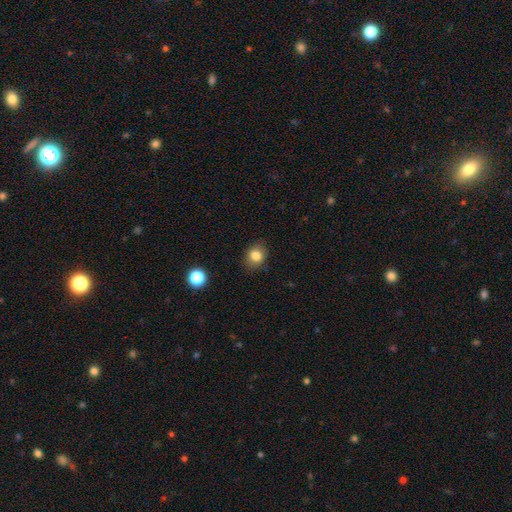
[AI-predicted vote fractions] A smooth galaxy with no disk features (83%) that is round (58%). Merging: none (84%).